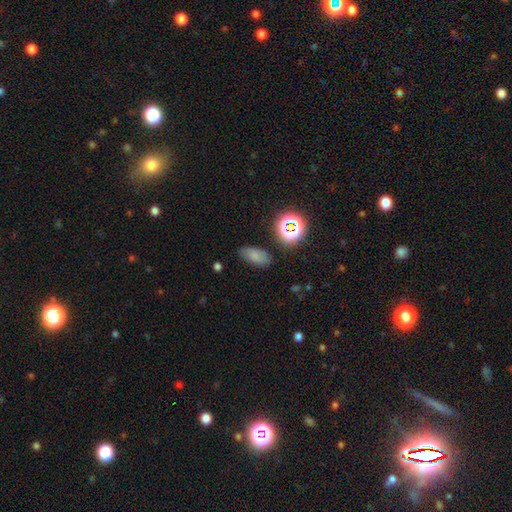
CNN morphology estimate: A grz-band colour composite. It shows a smooth galaxy with no disk features (72%) that is in between round and cigar-shaped (89%). Merging: none (79%).